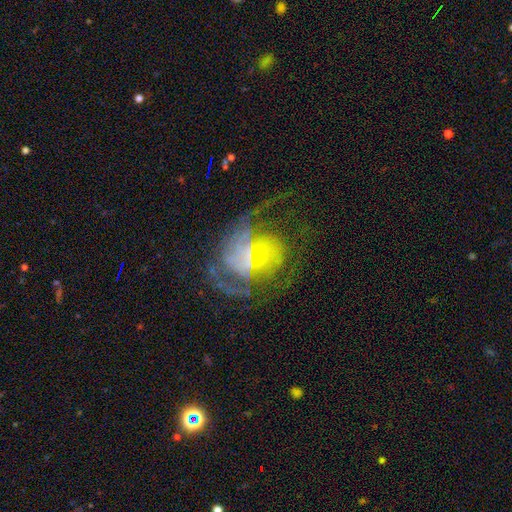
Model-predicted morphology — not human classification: smooth_or_featured: featured or disk (p=0.77) [alt: smooth p=0.12]
disk_edge_on: no (p=0.97) [alt: yes p=0.03]
bar: no (p=0.48) [alt: weak p=0.37]
has_spiral_arms: yes (p=0.84) [alt: no p=0.16]
spiral_winding: medium (p=0.45) [alt: tight p=0.30]
spiral_arm_count: 2 (p=0.47) [alt: can't tell p=0.24]
bulge_size: small (p=0.51) [alt: moderate p=0.22]
merging: none (p=0.47) [alt: major disturbance p=0.29]